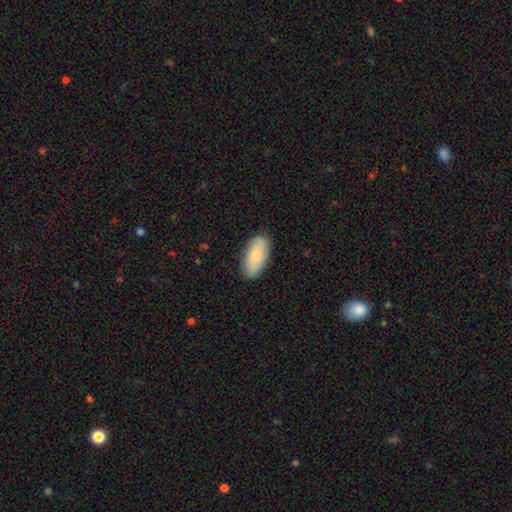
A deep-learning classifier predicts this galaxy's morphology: A smooth galaxy with no disk features (76%) that is in between round and cigar-shaped (92%).

Vote fractions:
- Smooth or featured? smooth: 76% / featured or disk: 18% / star or artifact: 6%
- How rounded? in between: 92% / cigar-shaped: 5% / round: 2%
- Merging? none: 84% / minor disturbance: 12% / major disturbance: 2% / merger: 1%